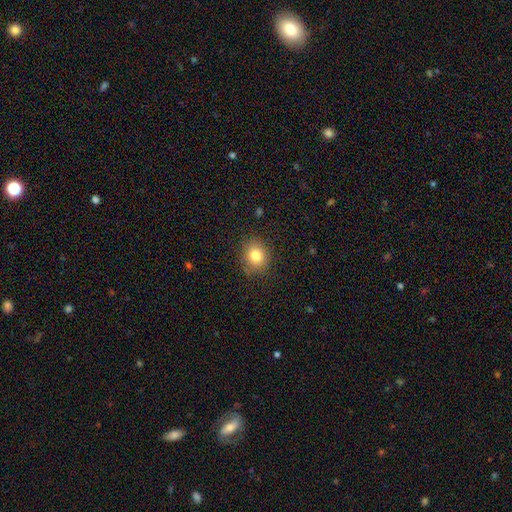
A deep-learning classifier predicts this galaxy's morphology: smooth 82%, star or artifact 11%, featured or disk 8%. Down the decision tree: how rounded — round (67%); merging — none (85%).